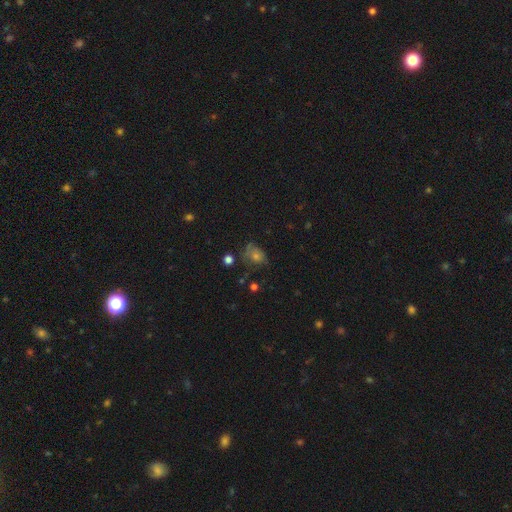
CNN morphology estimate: Smooth or featured?
  - smooth: 50% *
  - star or artifact: 28%
  - featured or disk: 23%
Merging?
  - none: 50% *
  - minor disturbance: 27%
  - major disturbance: 18%
  - merger: 5%